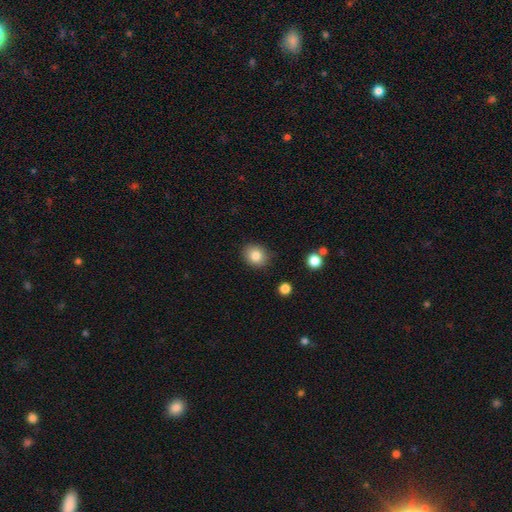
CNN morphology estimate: Smooth or featured: smooth — 83% (star or artifact — 10%)
How rounded: round — 68% (in between — 32%)
Merging: none — 85% (minor disturbance — 11%)